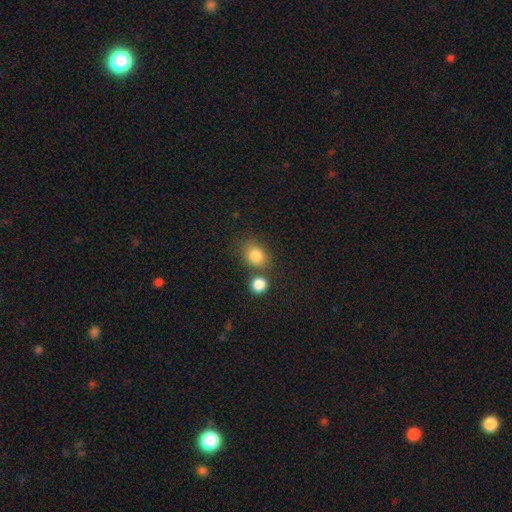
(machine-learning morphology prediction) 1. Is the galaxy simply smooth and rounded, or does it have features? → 83% smooth, 11% star or artifact, 6% featured or disk.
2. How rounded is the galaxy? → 57% round, 42% in between, 1% cigar-shaped.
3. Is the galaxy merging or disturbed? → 64% none, 18% merger, 13% minor disturbance, 5% major disturbance.